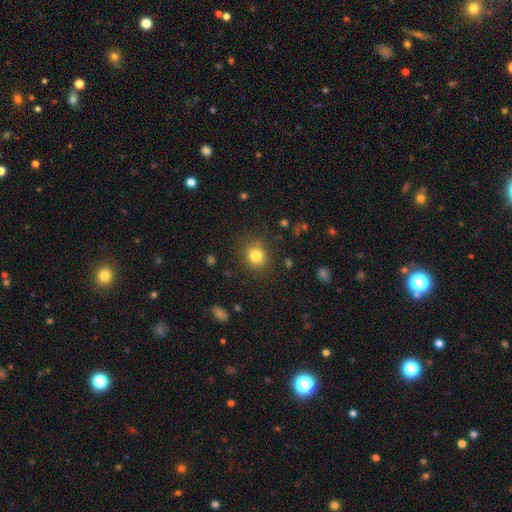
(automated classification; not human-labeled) Smooth or featured? Predicted: smooth (p=0.80). How rounded? Predicted: round (p=0.75). Merging? Predicted: none (p=0.82).